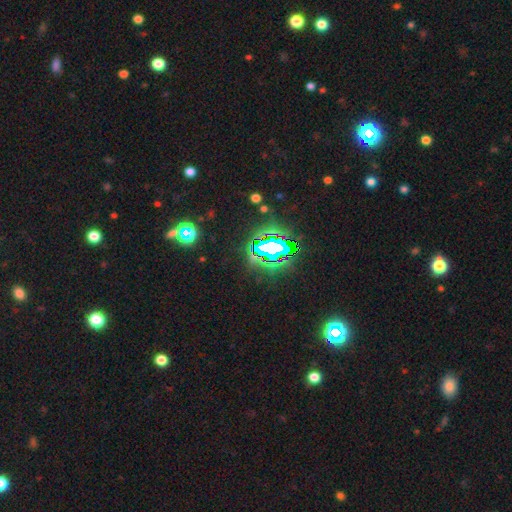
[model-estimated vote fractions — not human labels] Smooth or featured? Predicted: star or artifact (p=0.81).